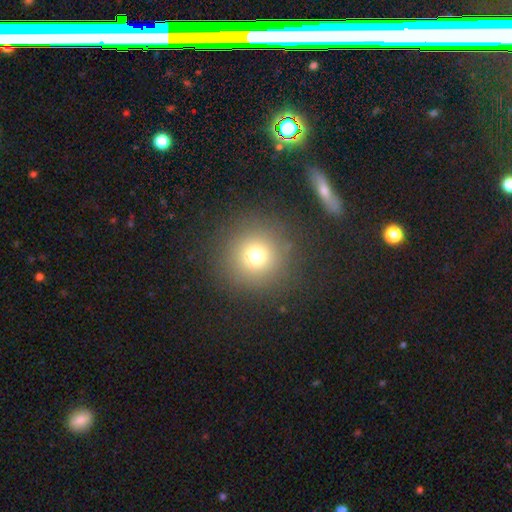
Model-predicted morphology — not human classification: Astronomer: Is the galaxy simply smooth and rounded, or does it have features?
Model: smooth — 72%.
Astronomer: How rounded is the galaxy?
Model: round — 96%.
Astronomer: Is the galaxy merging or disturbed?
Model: none — 88%.